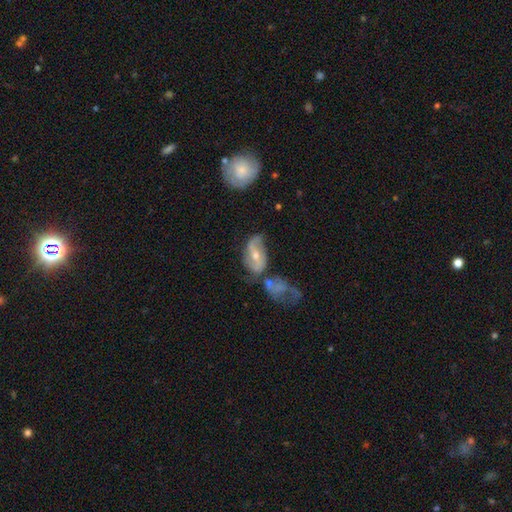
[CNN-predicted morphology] type=featured or disk (65%); edge-on=no (93%); bar=weak (39%); spiral arms=yes (78%); bulge=moderate (59%); merging=none (40%).